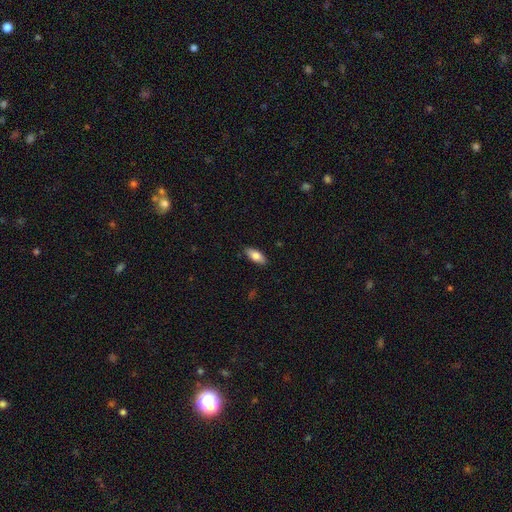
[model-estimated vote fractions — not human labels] A smooth galaxy with no disk features (81%) that is in between round and cigar-shaped (84%).

Vote fractions:
- Smooth or featured? smooth: 81% / featured or disk: 13% / star or artifact: 6%
- How rounded? in between: 84% / cigar-shaped: 14% / round: 2%
- Merging? none: 88% / minor disturbance: 9% / major disturbance: 2% / merger: 1%